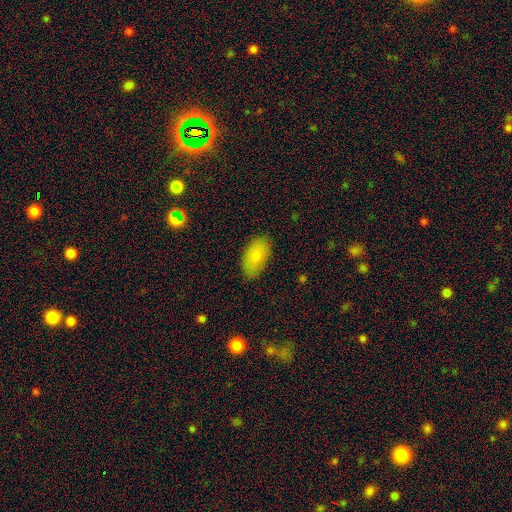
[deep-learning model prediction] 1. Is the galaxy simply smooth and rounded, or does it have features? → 80% smooth, 12% featured or disk, 8% star or artifact.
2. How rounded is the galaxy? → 94% in between, 4% round, 2% cigar-shaped.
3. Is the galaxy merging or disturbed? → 85% none, 11% minor disturbance, 3% major disturbance, 1% merger.